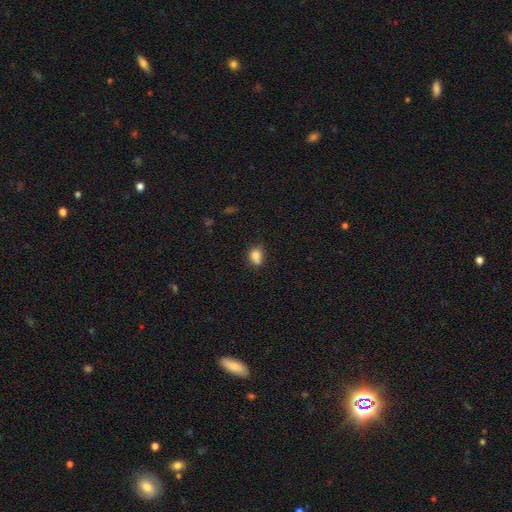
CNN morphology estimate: Overall: smooth (79%). How rounded: in between (50%; round 49%). Merging: none (51%; merger 22%).